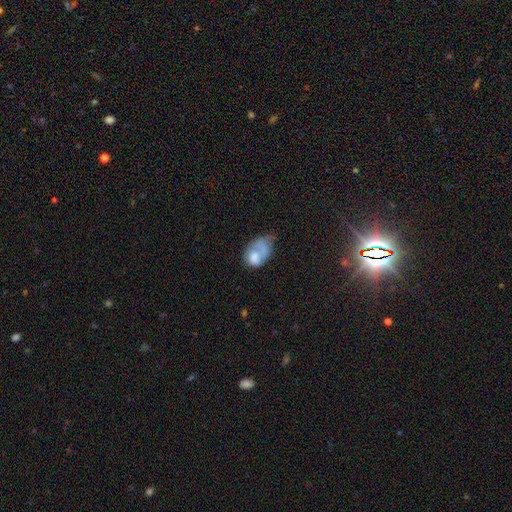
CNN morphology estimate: type=smooth (61%); roundness=in between (79%); merging=major disturbance (37%).